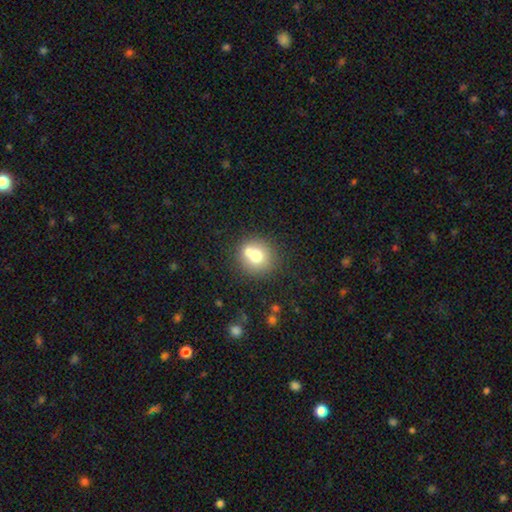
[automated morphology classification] Smooth or featured?
  - smooth: 69% *
  - featured or disk: 20%
  - star or artifact: 11%
How rounded?
  - round: 88% *
  - in between: 11%
  - cigar-shaped: 1%
Merging?
  - none: 55% *
  - merger: 32%
  - minor disturbance: 10%
  - major disturbance: 3%